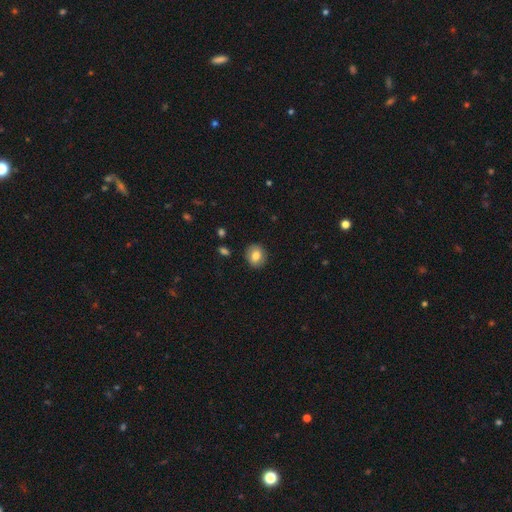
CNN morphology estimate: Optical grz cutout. It shows a smooth galaxy with no disk features (79%) that is round (70%). Merging: none (88%).